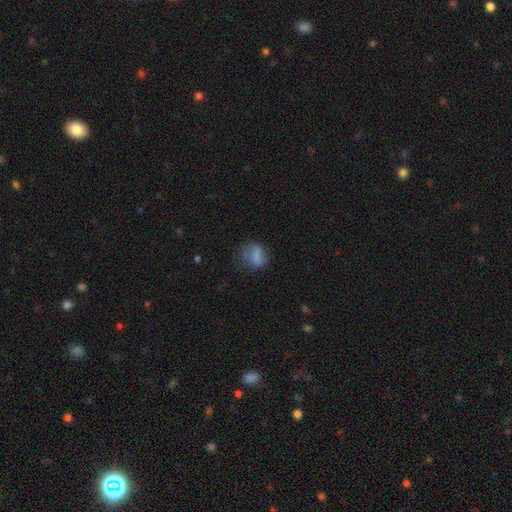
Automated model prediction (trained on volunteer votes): Smooth or featured? Predicted: smooth (p=0.70). How rounded? Predicted: in between (p=0.56). Merging? Predicted: none (p=0.55).